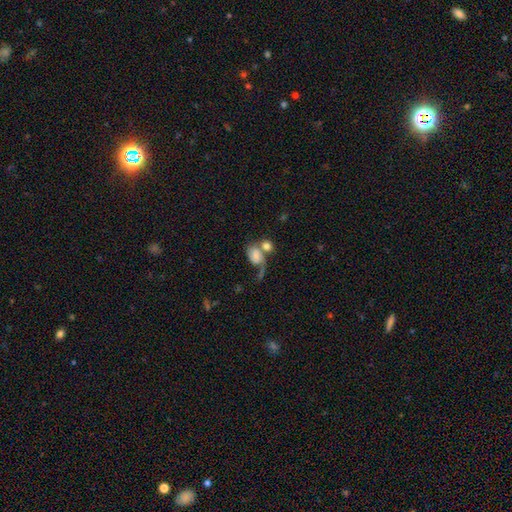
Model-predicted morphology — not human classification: A smooth galaxy with no disk features (57%) that is in between round and cigar-shaped (70%). Merging: merger (42%).